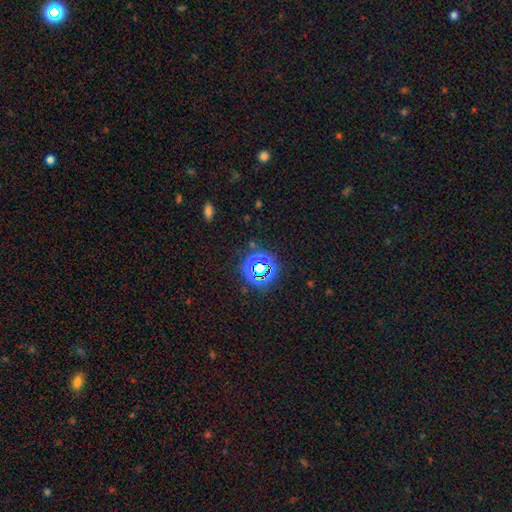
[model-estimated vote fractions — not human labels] Smooth or featured?
  - star or artifact: 59% *
  - smooth: 32%
  - featured or disk: 8%